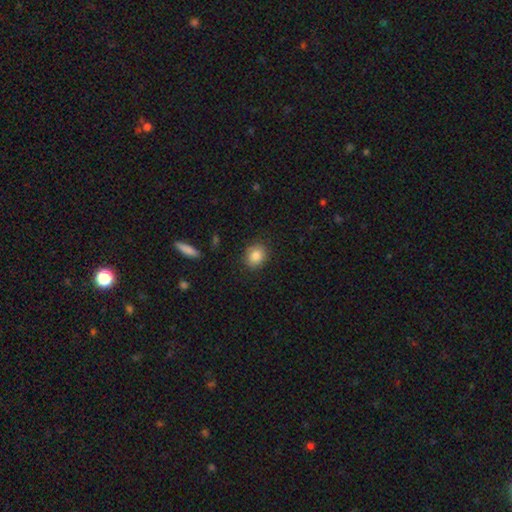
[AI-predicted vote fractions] Overall: smooth (85%). How rounded: round (61%; in between 38%). Merging: none (86%).